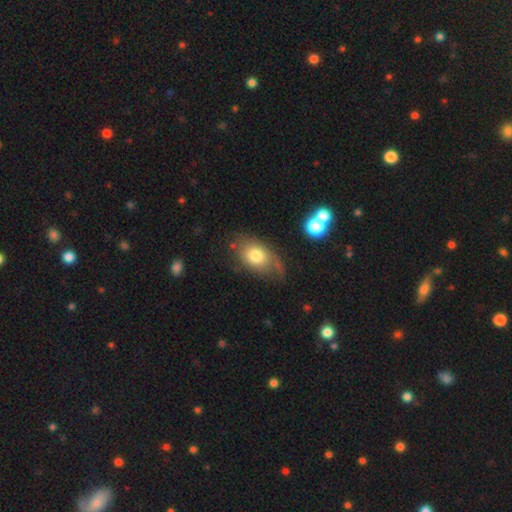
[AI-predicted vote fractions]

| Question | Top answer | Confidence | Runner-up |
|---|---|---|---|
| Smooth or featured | smooth | 72% | featured or disk (20%) |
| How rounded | in between | 82% | round (16%) |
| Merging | none | 54% | minor disturbance (28%) |